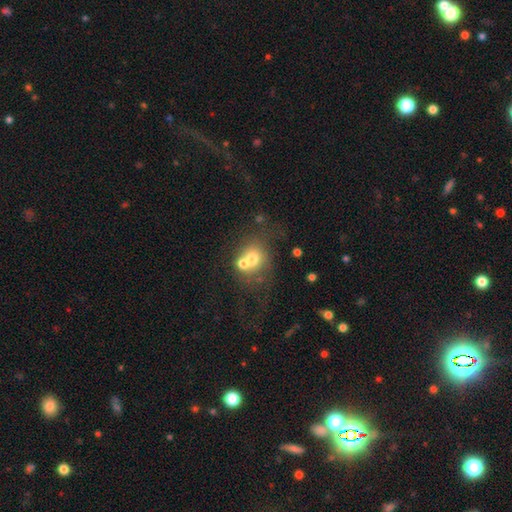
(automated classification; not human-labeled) smooth-or-featured: smooth: 39% | star or artifact: 36% | featured or disk: 25%
  merging: none: 36% | merger: 27% | major disturbance: 24% | minor disturbance: 13%